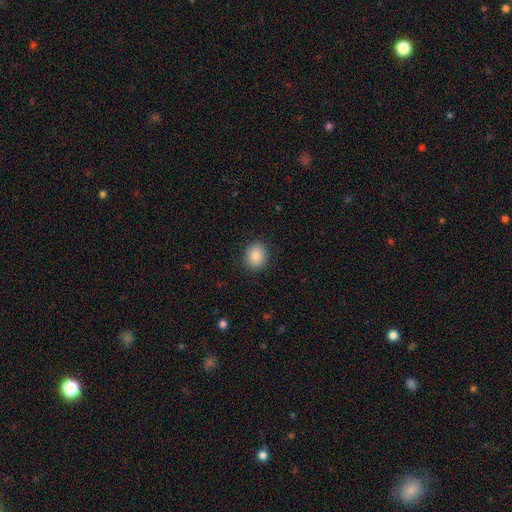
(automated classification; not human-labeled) This appears to be a smooth galaxy with no disk features (85%) that is round (61%). Merging: none (89%).